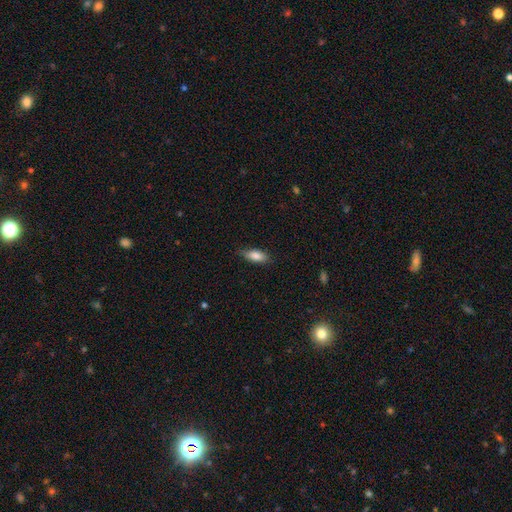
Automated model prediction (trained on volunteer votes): smooth_or_featured: smooth (p=0.84) [alt: featured or disk p=0.09]
how_rounded: in between (p=0.77) [alt: cigar-shaped p=0.21]
merging: none (p=0.78) [alt: minor disturbance p=0.18]